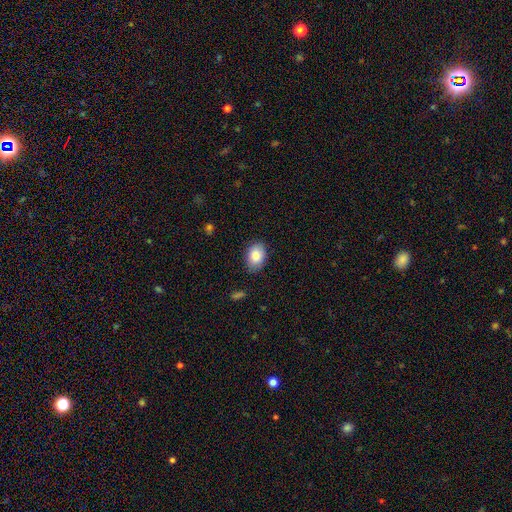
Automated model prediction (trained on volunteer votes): This appears to be a smooth galaxy with no disk features (85%) that is in between round and cigar-shaped (81%). Merging: none (84%).